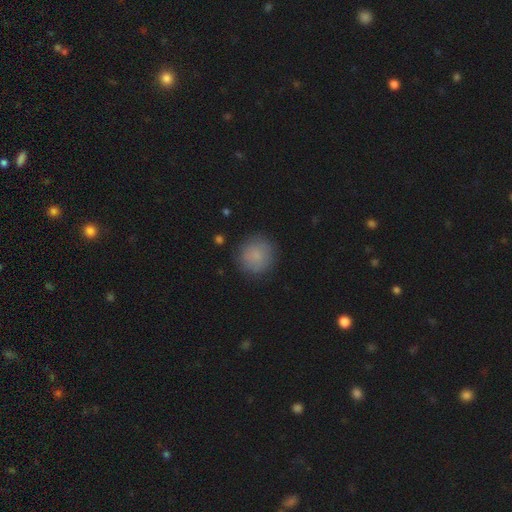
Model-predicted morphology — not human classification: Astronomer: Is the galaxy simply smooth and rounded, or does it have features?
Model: smooth — 83%.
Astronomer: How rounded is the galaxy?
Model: round — 93%.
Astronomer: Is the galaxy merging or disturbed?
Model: none — 85%.